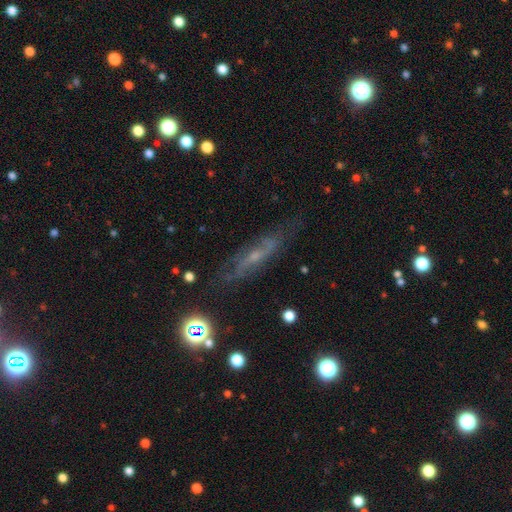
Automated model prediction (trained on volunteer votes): Overall: featured or disk (59%; smooth 26%). Edge-on disk: no (51%; yes 49%). Merging: none (72%).